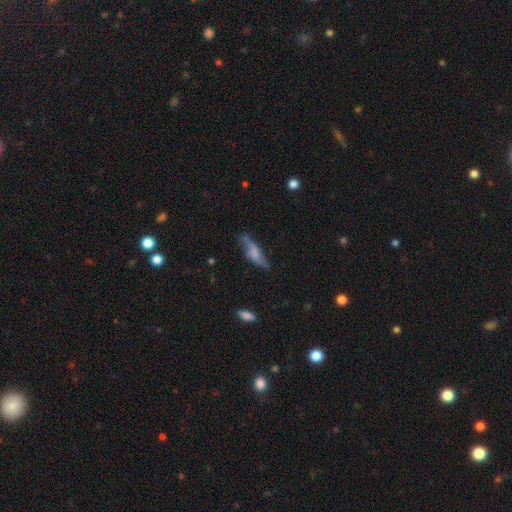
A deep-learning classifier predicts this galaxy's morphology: A featured or disk galaxy (52%) viewed edge-on (52%).

Vote fractions:
- Smooth or featured? featured or disk: 52% / smooth: 32% / star or artifact: 16%
- Edge-on disk? yes: 52% / no: 48%
- Merging? none: 74% / minor disturbance: 18% / major disturbance: 6% / merger: 2%